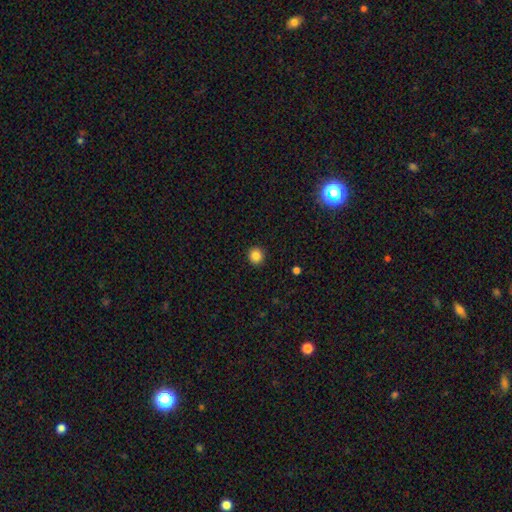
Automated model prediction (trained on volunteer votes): smooth 85%, star or artifact 11%, featured or disk 4%. Down the decision tree: how rounded — round (91%); merging — none (93%).